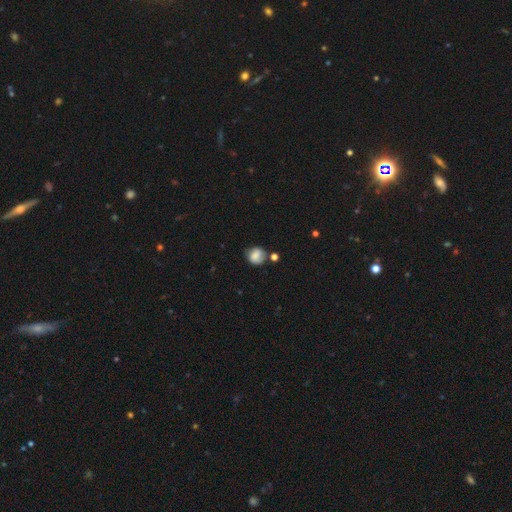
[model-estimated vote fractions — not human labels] The model was most divided on "merging": none: 62%, minor disturbance: 22%, merger: 10%, major disturbance: 7%. More confident: how rounded — round (80%); smooth or featured — smooth (78%).